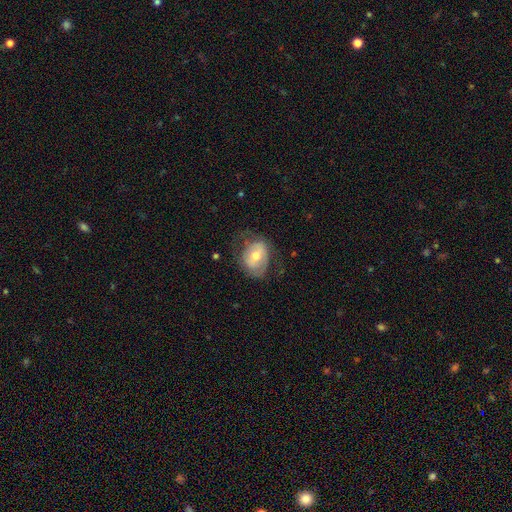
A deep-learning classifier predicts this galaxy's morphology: type=smooth (47%); merging=none (56%).